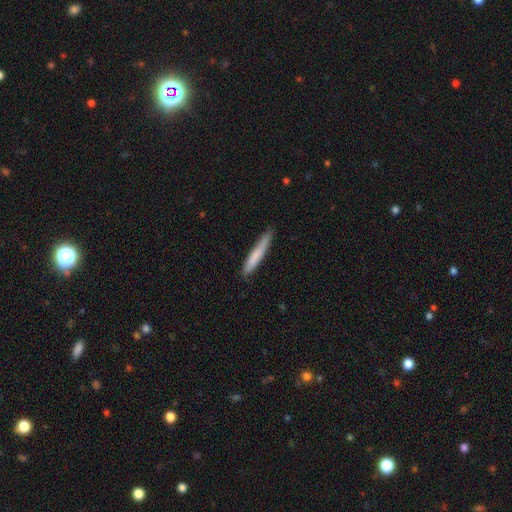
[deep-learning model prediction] This is likely a smooth galaxy (75%). How rounded: clearly cigar-shaped (95%). Merging: clearly none (82%).